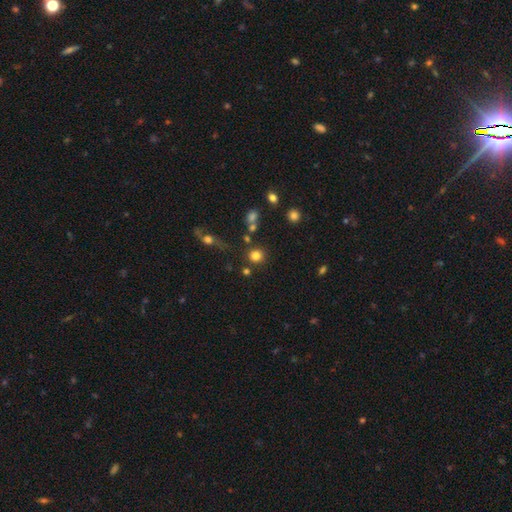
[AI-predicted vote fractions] The model was most divided on "smooth or featured": smooth: 80%, star or artifact: 14%, featured or disk: 6%. More confident: how rounded — round (90%); merging — none (81%).